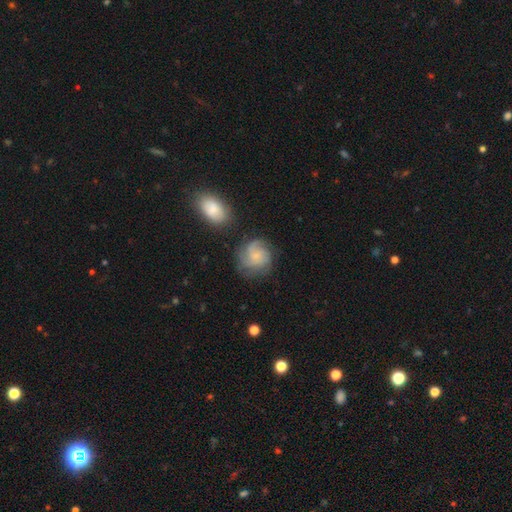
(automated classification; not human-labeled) This appears to be a featured or disk galaxy (63%) with no bar (74%), 3 (34%) tight (46%) spiral arms (92%) and a small central bulge (66%). Merging: none (68%).